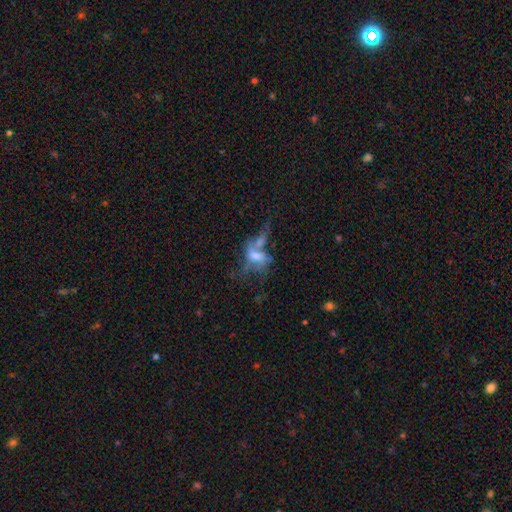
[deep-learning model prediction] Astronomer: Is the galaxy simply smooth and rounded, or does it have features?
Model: featured or disk — 50% (runner-up: smooth, 36%).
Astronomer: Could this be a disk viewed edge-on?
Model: no — 89%.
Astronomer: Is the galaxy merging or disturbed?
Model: merger — 49% (runner-up: major disturbance, 25%).